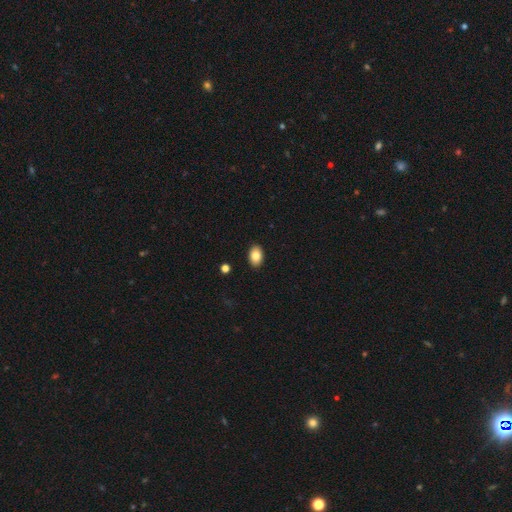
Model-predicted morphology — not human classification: Smooth or featured? smooth (85%)
How rounded? in between (87%)
Merging? none (90%)